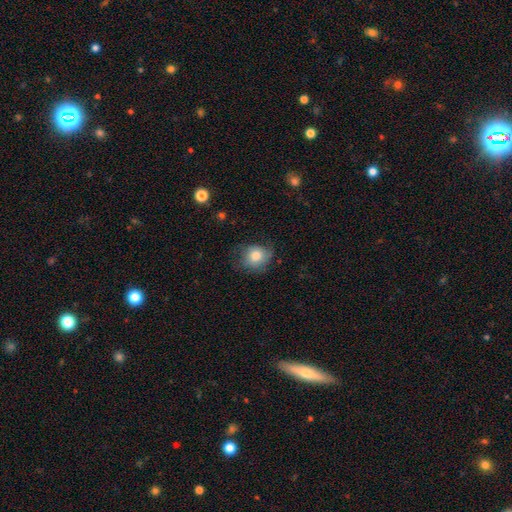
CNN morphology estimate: smooth-or-featured: smooth: 77% | featured or disk: 15% | star or artifact: 8%
  how-rounded: round: 72% | in between: 27% | cigar-shaped: 1%
  merging: none: 58% | minor disturbance: 28% | major disturbance: 12% | merger: 1%